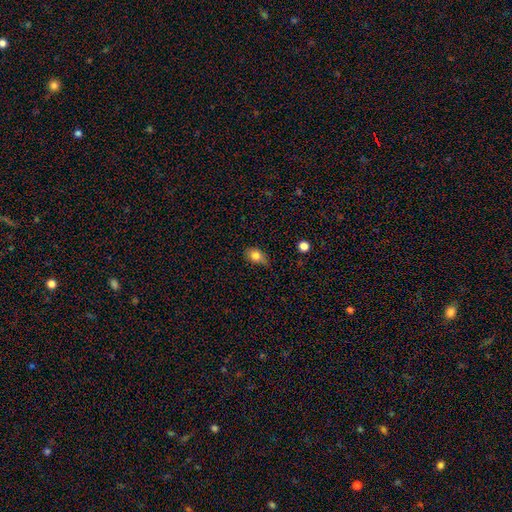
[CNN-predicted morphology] smooth-or-featured: smooth: 80% | star or artifact: 10% | featured or disk: 10%
  how-rounded: in between: 66% | round: 32% | cigar-shaped: 2%
  merging: none: 49% | minor disturbance: 39% | major disturbance: 9% | merger: 3%